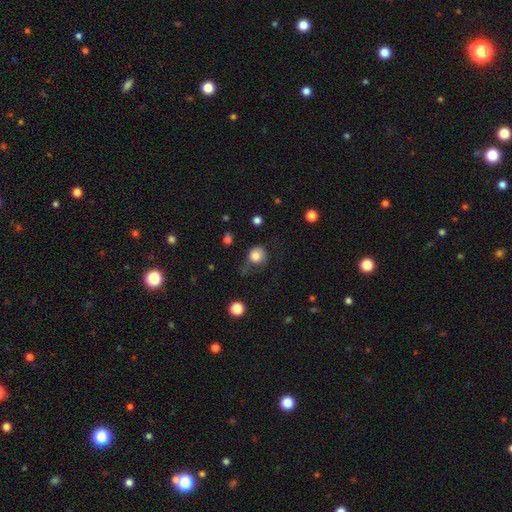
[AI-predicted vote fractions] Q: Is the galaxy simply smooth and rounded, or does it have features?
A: smooth — 82%.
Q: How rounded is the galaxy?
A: round — 84%.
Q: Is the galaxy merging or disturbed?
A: none — 56%.